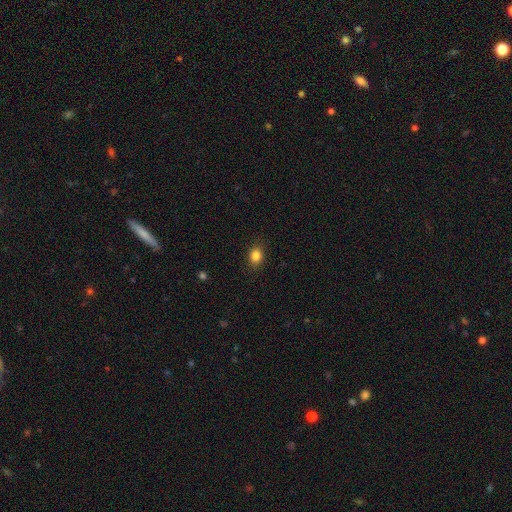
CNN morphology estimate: Smooth or featured: smooth — 85% (star or artifact — 11%)
How rounded: in between — 53% (round — 46%)
Merging: none — 88% (minor disturbance — 9%)